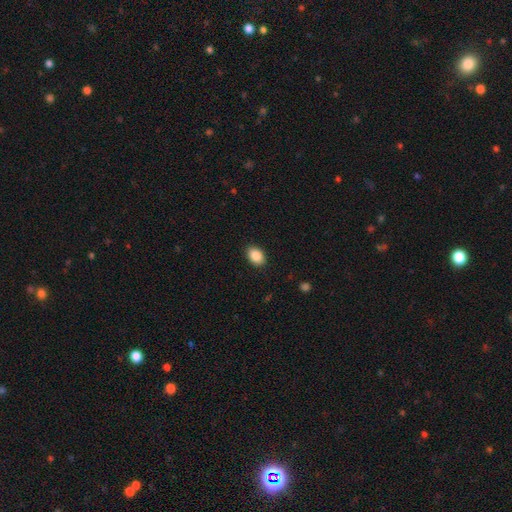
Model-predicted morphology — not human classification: type=smooth (88%); roundness=in between (81%); merging=none (89%).